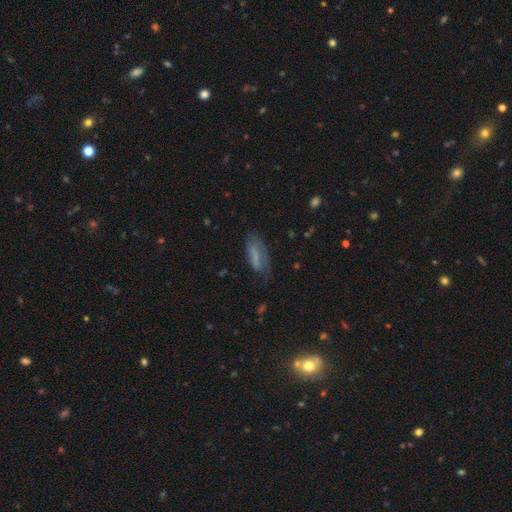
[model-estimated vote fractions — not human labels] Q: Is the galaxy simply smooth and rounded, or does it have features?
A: smooth — 59%.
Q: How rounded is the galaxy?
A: in between — 66%.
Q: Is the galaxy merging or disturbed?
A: none — 51%.